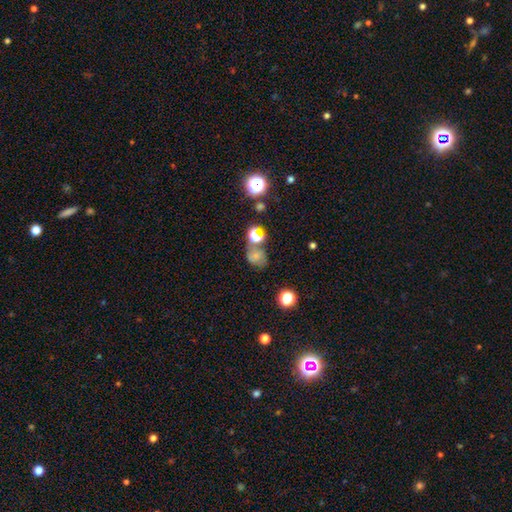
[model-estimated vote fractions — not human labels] Smooth or featured? Predicted: smooth (p=0.59). How rounded? Predicted: round (p=0.51). Merging? Predicted: none (p=0.45).